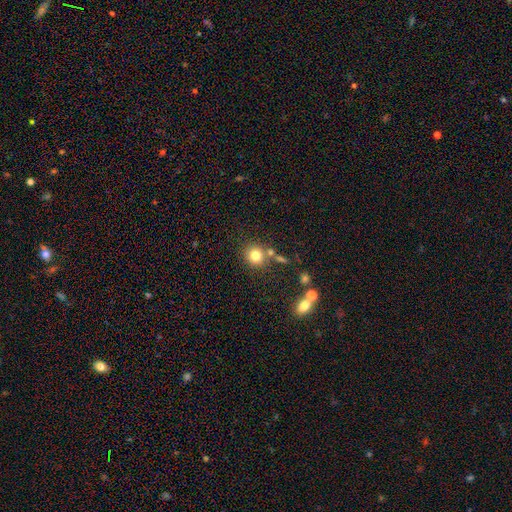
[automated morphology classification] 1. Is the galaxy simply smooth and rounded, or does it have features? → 80% smooth, 12% star or artifact, 8% featured or disk.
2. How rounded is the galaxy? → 89% round, 10% in between, 1% cigar-shaped.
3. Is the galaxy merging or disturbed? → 71% none, 14% merger, 10% minor disturbance, 4% major disturbance.